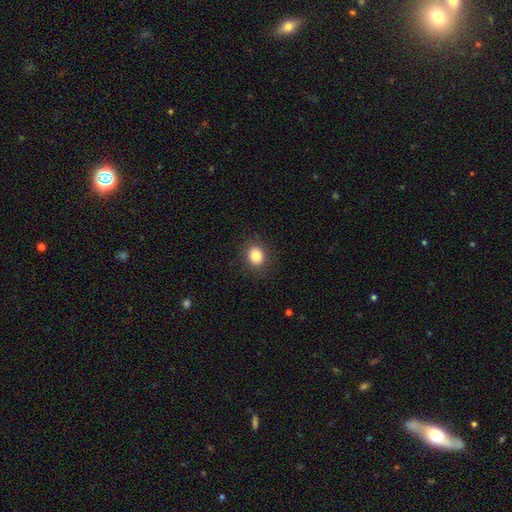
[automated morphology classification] A smooth galaxy with no disk features (83%) that is round (68%). Merging: none (89%).